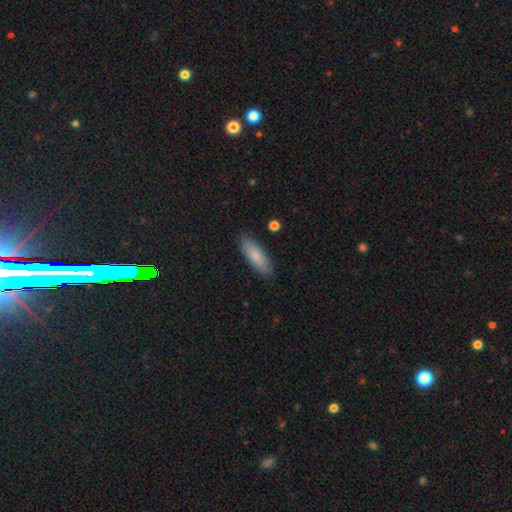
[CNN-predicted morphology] Smooth or featured?
  - smooth: 81% *
  - featured or disk: 14%
  - star or artifact: 6%
How rounded?
  - in between: 58% *
  - cigar-shaped: 40%
  - round: 2%
Merging?
  - none: 86% *
  - minor disturbance: 11%
  - major disturbance: 2%
  - merger: 1%